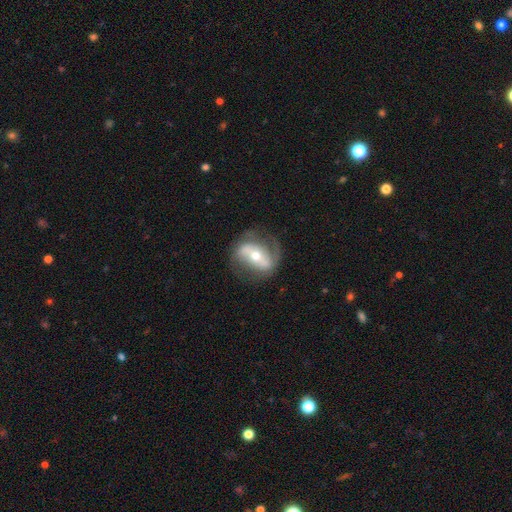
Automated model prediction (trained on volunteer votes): This appears to be a featured or disk galaxy (75%) with a strong bar (52%), 2 (83%) medium (42%) spiral arms (77%) and a moderate central bulge (57%). Merging: none (70%).